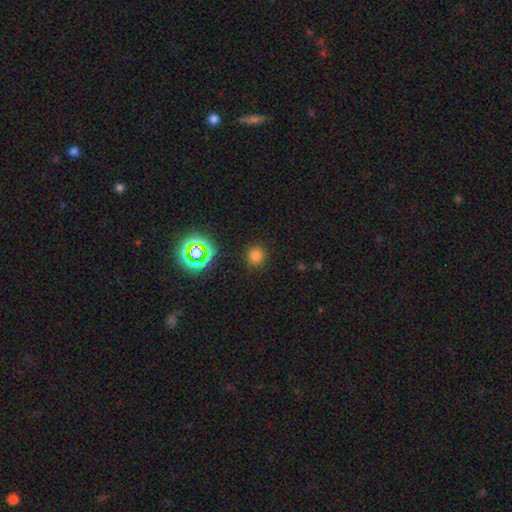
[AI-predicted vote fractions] Smooth or featured? Predicted: smooth (p=0.73). How rounded? Predicted: round (p=0.87). Merging? Predicted: none (p=0.89).